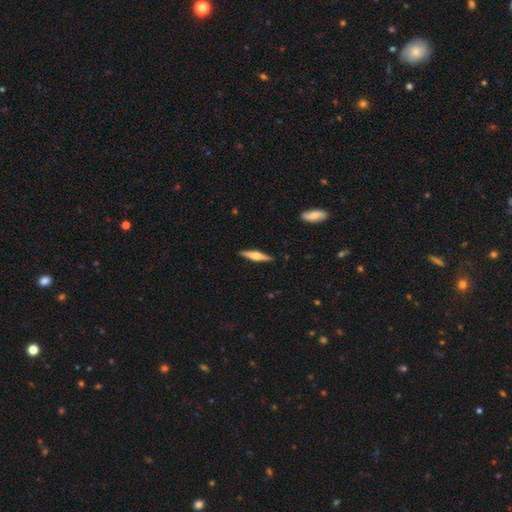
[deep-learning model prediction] This appears to be a featured or disk galaxy (62%) viewed edge-on (97%) with a rounded central bulge (86%). Merging: none (90%).